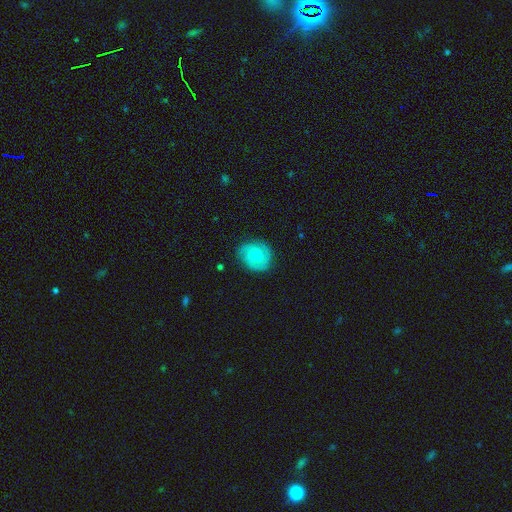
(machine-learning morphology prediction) Smooth or featured? Predicted: featured or disk (p=0.65). Edge-on disk? Predicted: no (p=0.98). Bar? Predicted: no (p=0.77). Spiral arms? Predicted: yes (p=0.93). Spiral winding? Predicted: tight (p=0.56). Spiral arm count? Predicted: 2 (p=0.39). Bulge size? Predicted: small (p=0.62). Merging? Predicted: none (p=0.80).